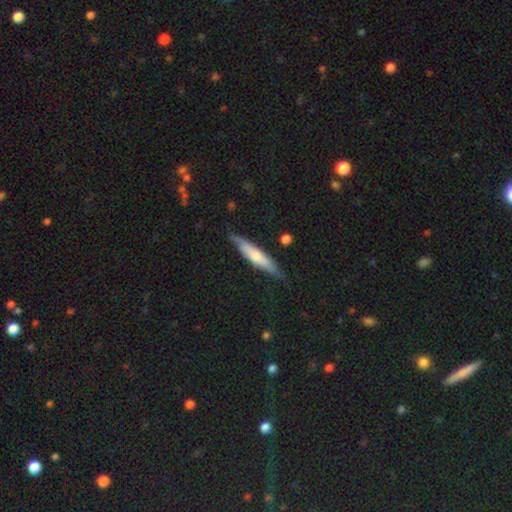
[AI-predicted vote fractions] Smooth or featured?
  - smooth: 55% *
  - featured or disk: 40%
  - star or artifact: 6%
How rounded?
  - cigar-shaped: 83% *
  - in between: 15%
  - round: 2%
Merging?
  - none: 77% *
  - minor disturbance: 18%
  - major disturbance: 3%
  - merger: 2%